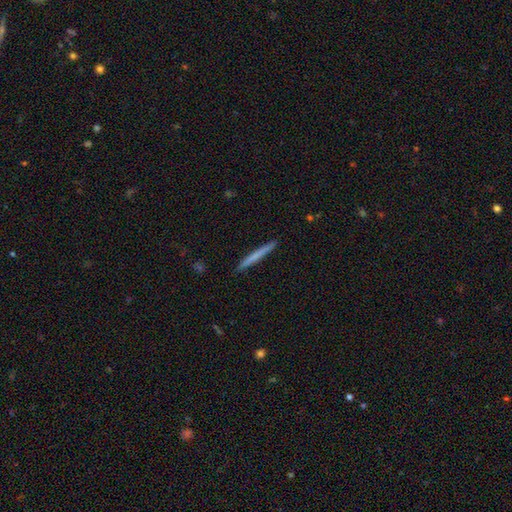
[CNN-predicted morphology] Smooth or featured?
  - smooth: 62% *
  - featured or disk: 32%
  - star or artifact: 5%
How rounded?
  - cigar-shaped: 97% *
  - in between: 2%
  - round: 1%
Merging?
  - none: 92% *
  - minor disturbance: 5%
  - major disturbance: 1%
  - merger: 1%